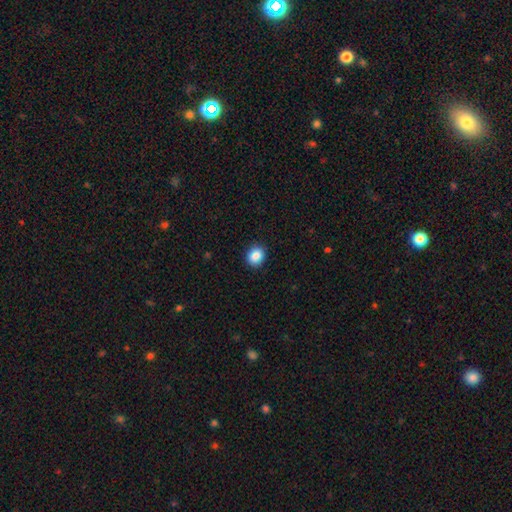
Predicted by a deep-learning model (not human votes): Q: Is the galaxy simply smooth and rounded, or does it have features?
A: smooth — 87%.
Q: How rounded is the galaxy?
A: round — 67%.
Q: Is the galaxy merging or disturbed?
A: none — 90%.